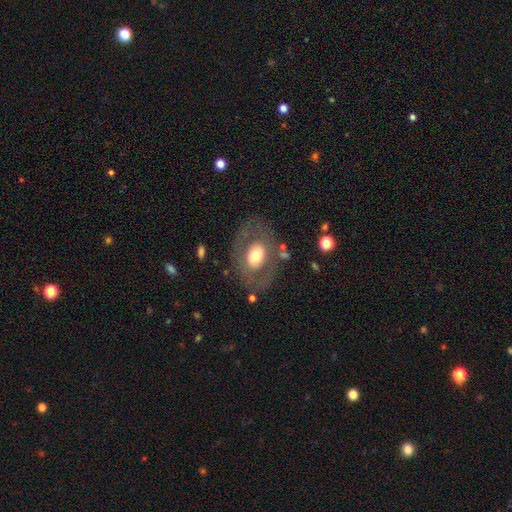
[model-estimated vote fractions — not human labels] Smooth or featured?
  - smooth: 49% *
  - featured or disk: 43%
  - star or artifact: 7%
Merging?
  - none: 75% *
  - minor disturbance: 13%
  - major disturbance: 10%
  - merger: 2%